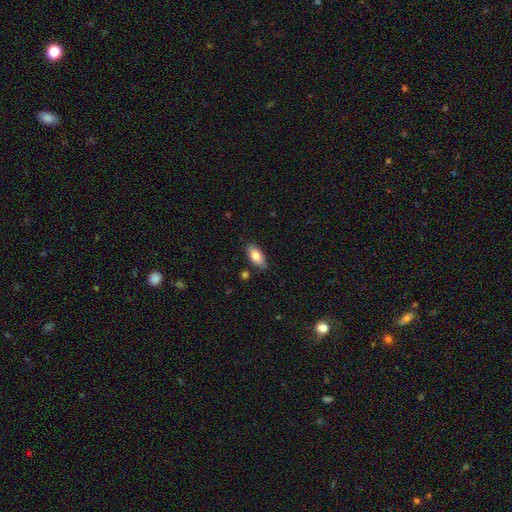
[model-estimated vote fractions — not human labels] smooth 82%, featured or disk 11%, star or artifact 7%. Down the decision tree: how rounded — in between (89%); merging — none (80%).